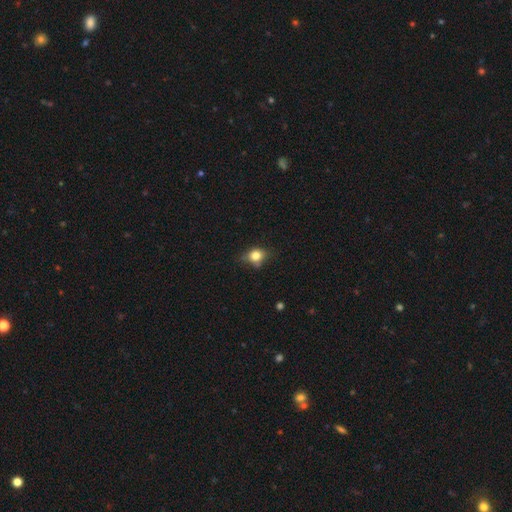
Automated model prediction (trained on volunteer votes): This appears to be a smooth galaxy with no disk features (77%) that is round (60%). Merging: none (62%).